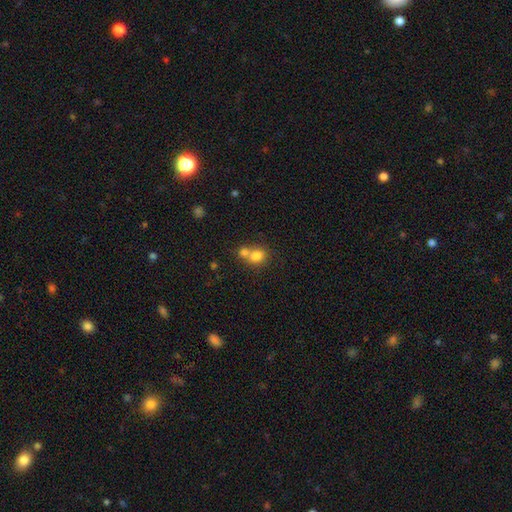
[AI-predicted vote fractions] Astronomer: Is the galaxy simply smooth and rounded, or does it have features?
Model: smooth — 78%.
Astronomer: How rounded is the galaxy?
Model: round — 61% (runner-up: in between, 38%).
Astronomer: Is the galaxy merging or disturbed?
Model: merger — 58%.